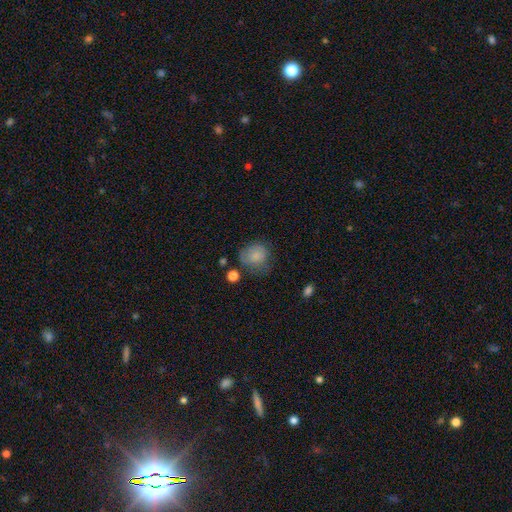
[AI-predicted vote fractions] Smooth or featured? smooth (77%)
How rounded? round (71%)
Merging? none (52%)